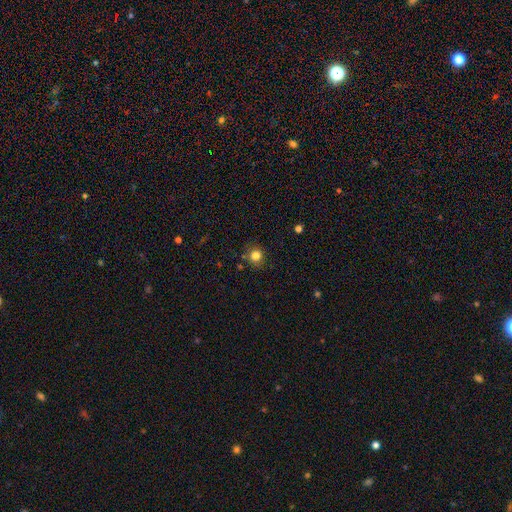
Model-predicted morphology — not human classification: Smooth or featured? smooth (82%)
How rounded? round (85%)
Merging? none (82%)